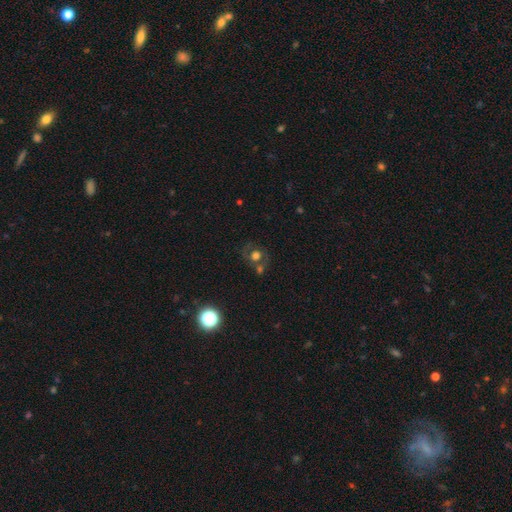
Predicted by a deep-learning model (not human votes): smooth_or_featured: smooth (p=0.48) [alt: featured or disk p=0.36]
merging: none (p=0.50) [alt: merger p=0.27]